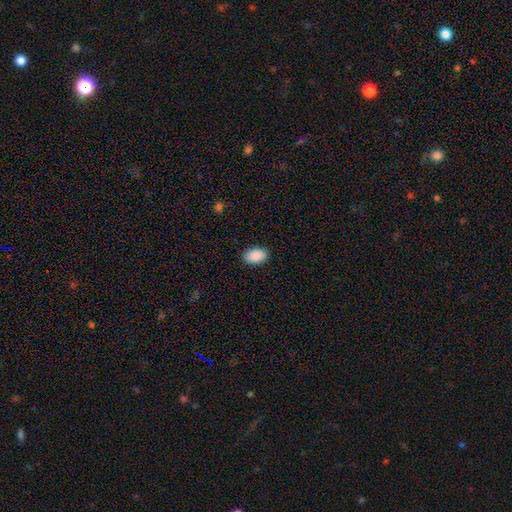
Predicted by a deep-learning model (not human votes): Overall: smooth (91%). How rounded: in between (93%). Merging: none (89%).